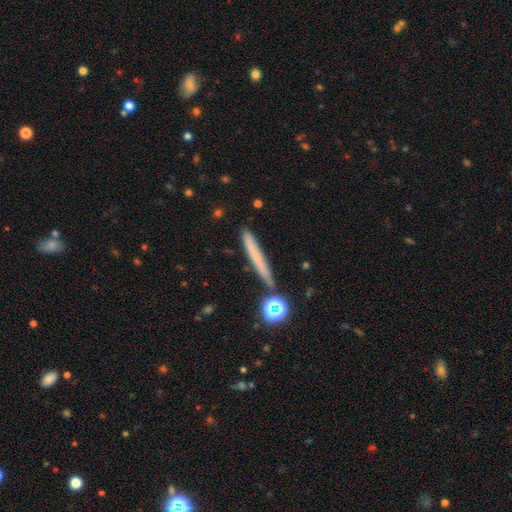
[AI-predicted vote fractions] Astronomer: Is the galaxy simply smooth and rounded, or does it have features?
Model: smooth — 59%.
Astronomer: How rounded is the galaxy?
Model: cigar-shaped — 92%.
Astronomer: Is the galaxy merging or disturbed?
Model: none — 83%.